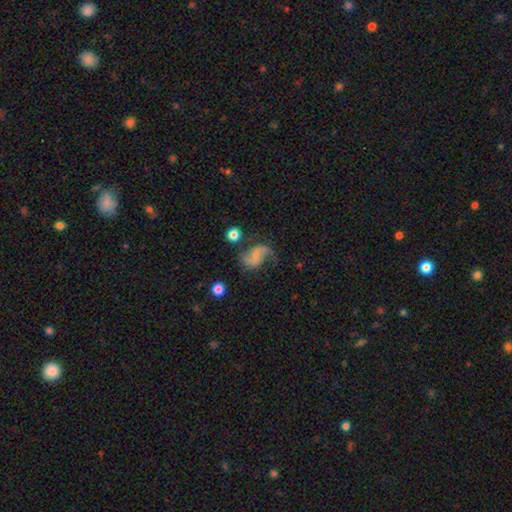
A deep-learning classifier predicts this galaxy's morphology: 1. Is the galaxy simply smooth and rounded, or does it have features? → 76% featured or disk, 16% smooth, 8% star or artifact.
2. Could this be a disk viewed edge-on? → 98% no, 2% yes.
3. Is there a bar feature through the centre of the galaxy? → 44% weak, 39% no, 17% strong.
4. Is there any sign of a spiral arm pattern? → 94% yes, 6% no.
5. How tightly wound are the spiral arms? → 58% loose, 34% medium, 8% tight.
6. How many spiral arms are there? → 87% 2, 7% 1, 4% can't tell, 1% 3, 1% 4, 1% more than 4.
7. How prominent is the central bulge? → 43% none, 38% small, 15% moderate, 3% large, 1% dominant.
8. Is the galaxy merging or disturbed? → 57% none, 21% minor disturbance, 17% major disturbance, 5% merger.